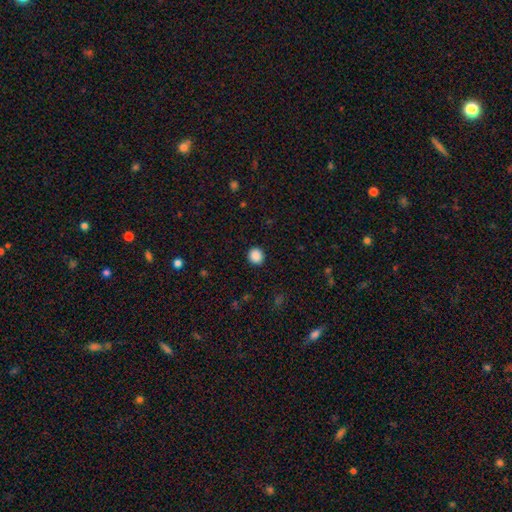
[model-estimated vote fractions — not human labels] Morphology: type=smooth (88%); roundness=round (89%); merging=none (92%).